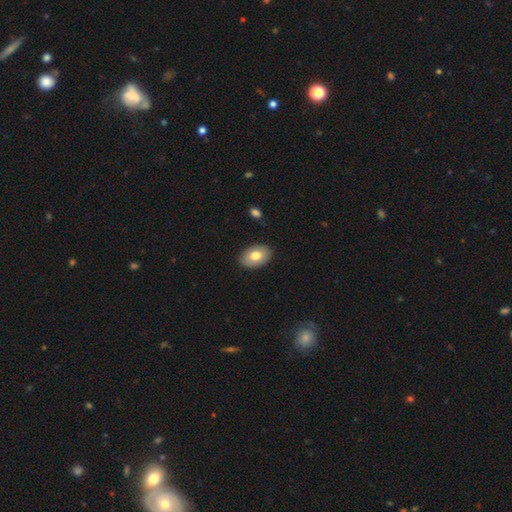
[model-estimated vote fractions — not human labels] Smooth or featured: smooth — 75% (featured or disk — 19%)
How rounded: in between — 90% (round — 9%)
Merging: none — 87% (minor disturbance — 10%)